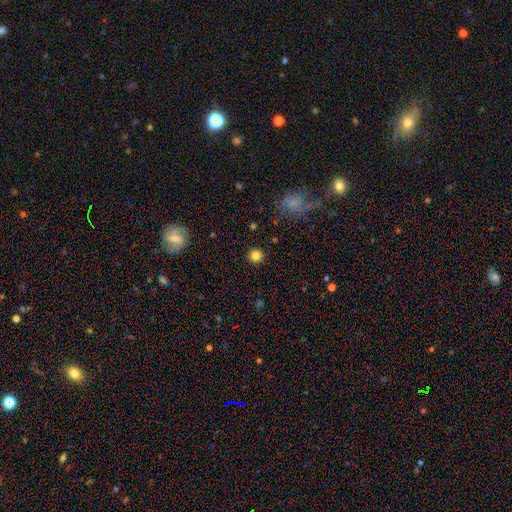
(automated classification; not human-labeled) smooth-or-featured: smooth: 82% | star or artifact: 13% | featured or disk: 5%
  how-rounded: round: 94% | in between: 5% | cigar-shaped: 1%
  merging: none: 92% | minor disturbance: 5% | major disturbance: 2% | merger: 1%